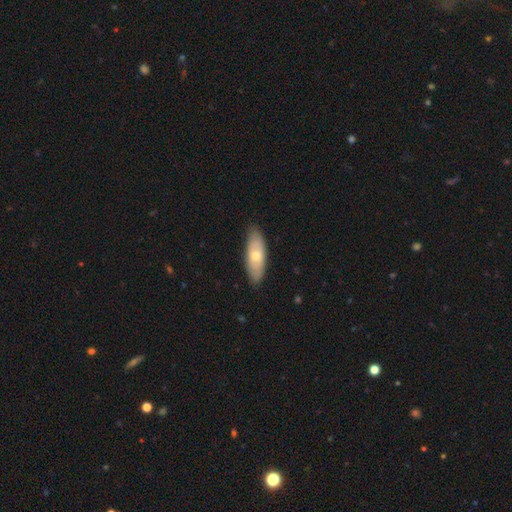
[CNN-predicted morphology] The model was most divided on "smooth or featured": smooth: 57%, featured or disk: 38%, star or artifact: 5%. More confident: merging — none (84%); how rounded — in between (68%).